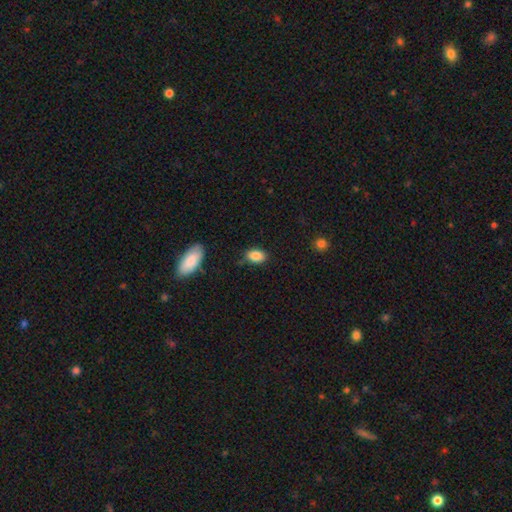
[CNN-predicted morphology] smooth_or_featured: smooth (p=0.86) [alt: star or artifact p=0.08]
how_rounded: in between (p=0.87) [alt: round p=0.11]
merging: none (p=0.78) [alt: minor disturbance p=0.16]